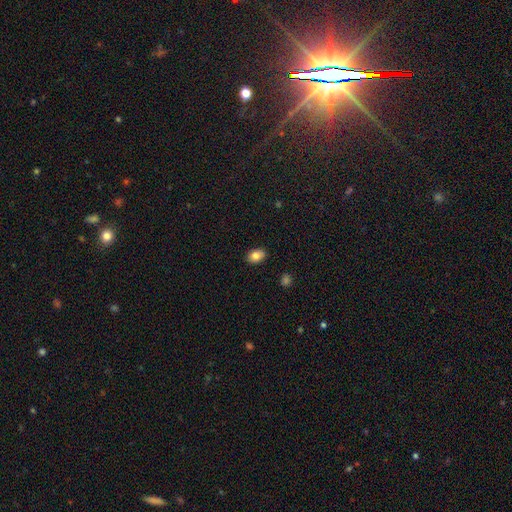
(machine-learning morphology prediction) This is clearly a smooth galaxy (83%). How rounded: clearly in between (82%). Merging: clearly none (88%).